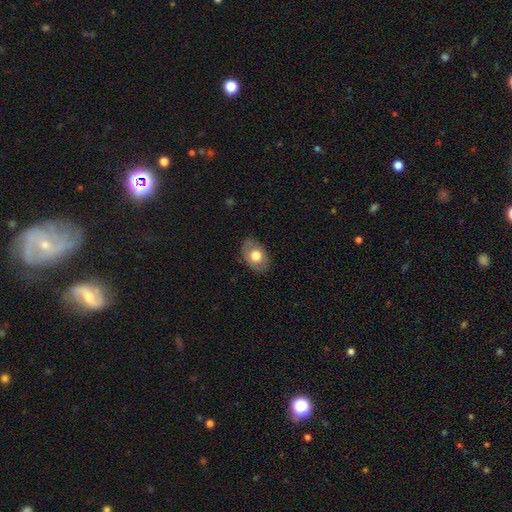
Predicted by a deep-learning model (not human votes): Smooth or featured: smooth — 69% (featured or disk — 24%)
How rounded: in between — 80% (round — 19%)
Merging: none — 79% (minor disturbance — 16%)